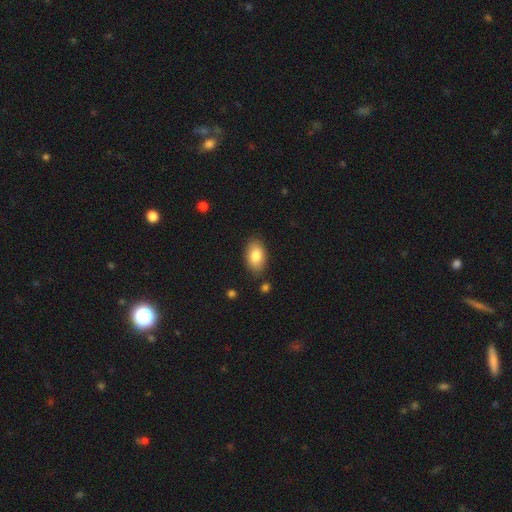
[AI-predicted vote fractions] This is clearly a smooth galaxy (84%). How rounded: clearly in between (92%). Merging: clearly none (84%).